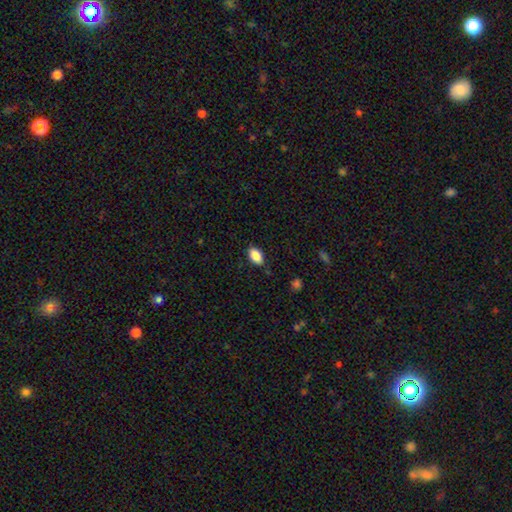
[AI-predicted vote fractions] A smooth galaxy with no disk features (88%) that is in between round and cigar-shaped (92%). Merging: none (83%).